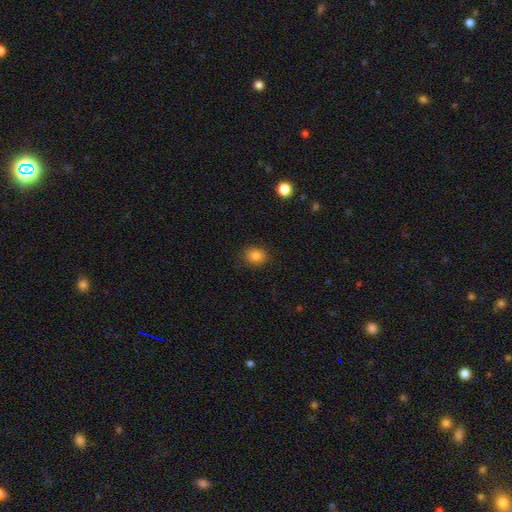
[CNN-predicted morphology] smooth-or-featured: smooth: 82% | star or artifact: 11% | featured or disk: 7%
  how-rounded: round: 60% | in between: 39% | cigar-shaped: 1%
  merging: none: 87% | minor disturbance: 9% | major disturbance: 2% | merger: 1%